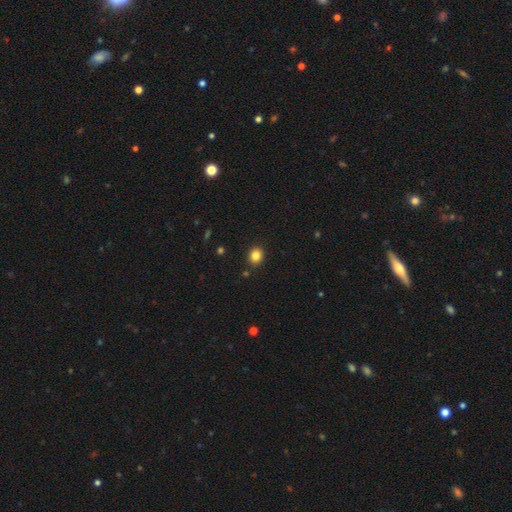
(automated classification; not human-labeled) This is clearly a smooth galaxy (84%). How rounded: likely round (69%). Merging: clearly none (90%).